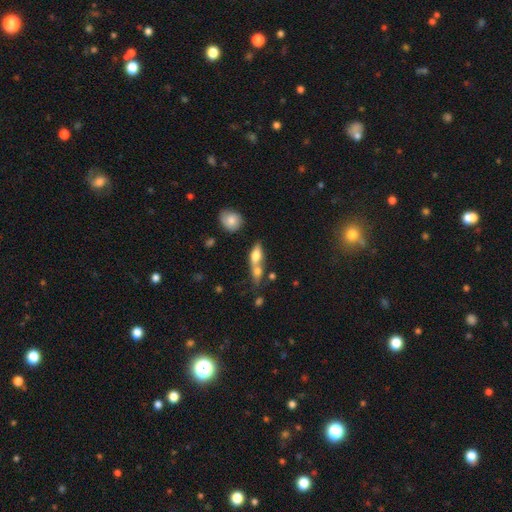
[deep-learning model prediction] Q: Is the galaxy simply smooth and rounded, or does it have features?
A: smooth — 63%.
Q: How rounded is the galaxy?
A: in between — 60%.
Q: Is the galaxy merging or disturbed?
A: merger — 59%.